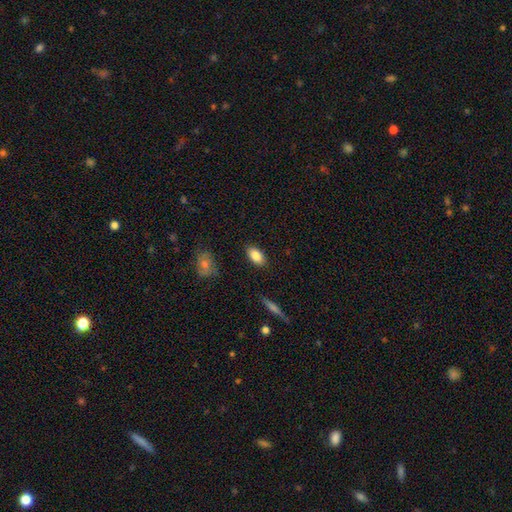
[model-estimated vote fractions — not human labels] smooth 85%, featured or disk 8%, star or artifact 7%. Down the decision tree: how rounded — in between (91%); merging — none (87%).